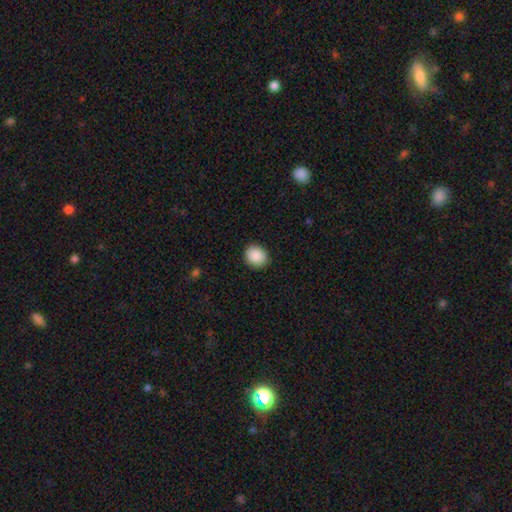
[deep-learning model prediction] Smooth or featured?
  - smooth: 90% *
  - star or artifact: 8%
  - featured or disk: 3%
How rounded?
  - round: 70% *
  - in between: 29%
  - cigar-shaped: 1%
Merging?
  - none: 89% *
  - minor disturbance: 8%
  - major disturbance: 2%
  - merger: 1%